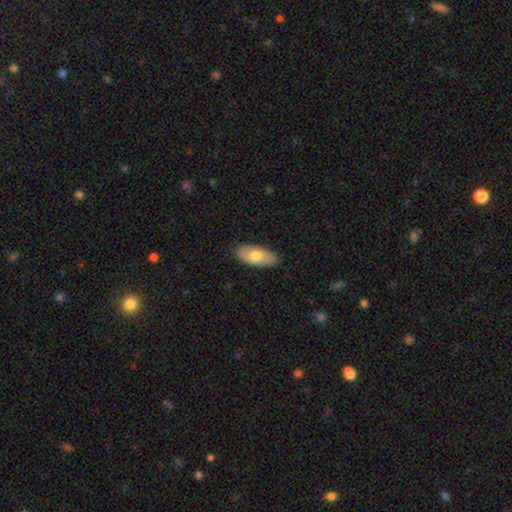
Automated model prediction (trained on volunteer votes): The model was most divided on "smooth or featured": smooth: 71%, featured or disk: 24%, star or artifact: 6%. More confident: how rounded — in between (89%); merging — none (83%).